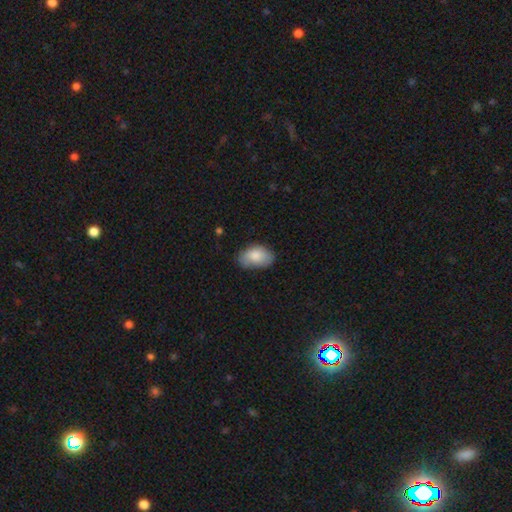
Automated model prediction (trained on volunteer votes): Smooth or featured? Predicted: smooth (p=0.82). How rounded? Predicted: in between (p=0.92). Merging? Predicted: none (p=0.65).